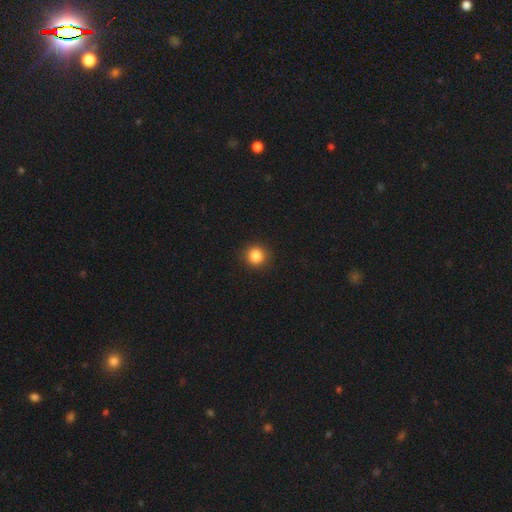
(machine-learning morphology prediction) Overall: smooth (85%). How rounded: round (92%). Merging: none (92%).